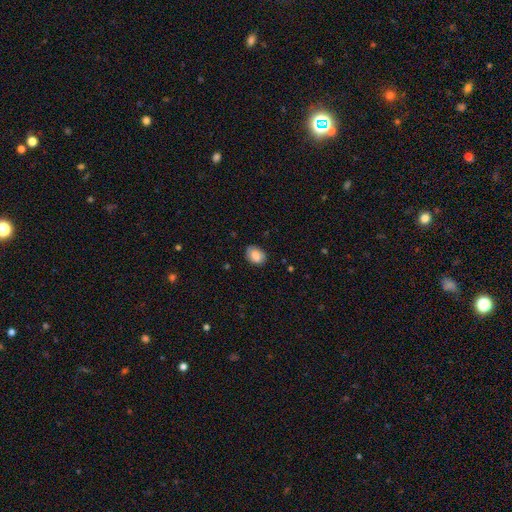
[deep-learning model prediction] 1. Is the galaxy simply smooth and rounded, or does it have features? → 81% smooth, 11% featured or disk, 8% star or artifact.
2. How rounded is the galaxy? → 72% in between, 27% round, 1% cigar-shaped.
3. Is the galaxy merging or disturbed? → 82% none, 14% minor disturbance, 3% major disturbance, 1% merger.